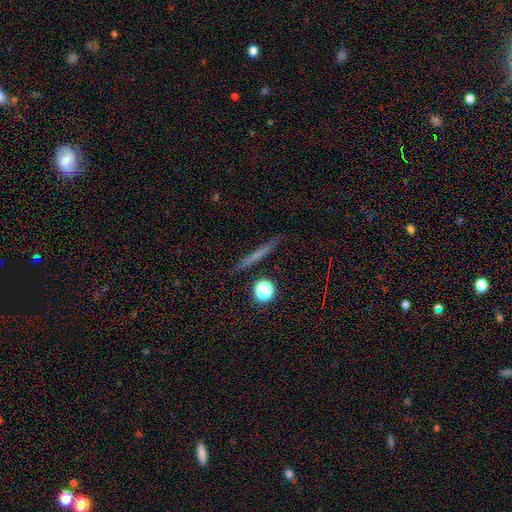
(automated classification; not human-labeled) smooth 52%, featured or disk 30%, star or artifact 18%. Down the decision tree: how rounded — cigar-shaped (85%); merging — none (87%).